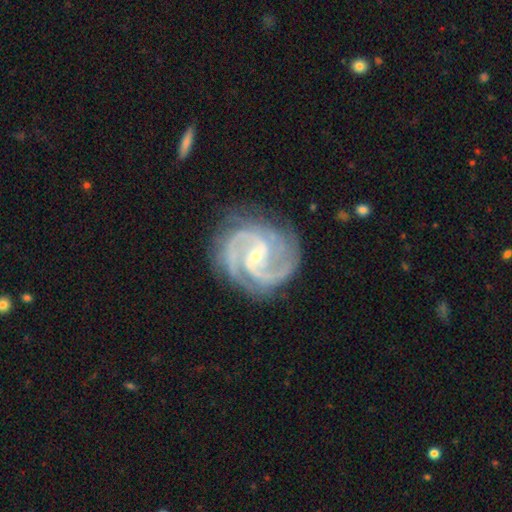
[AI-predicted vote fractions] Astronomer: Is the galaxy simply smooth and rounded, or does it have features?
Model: featured or disk — 93%.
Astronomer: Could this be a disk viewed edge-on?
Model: no — 98%.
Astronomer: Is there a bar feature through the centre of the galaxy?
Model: weak — 42% (runner-up: no, 39%).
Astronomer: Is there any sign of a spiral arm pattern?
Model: yes — 99%.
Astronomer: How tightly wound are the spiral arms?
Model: medium — 51% (runner-up: tight, 42%).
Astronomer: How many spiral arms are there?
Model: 2 — 54%.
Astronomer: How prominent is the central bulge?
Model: small — 76%.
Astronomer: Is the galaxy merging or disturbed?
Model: none — 77%.